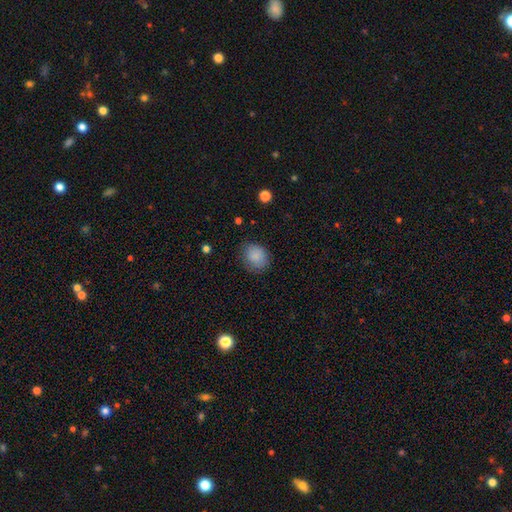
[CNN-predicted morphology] Smooth or featured? Predicted: smooth (p=0.86). How rounded? Predicted: round (p=0.67). Merging? Predicted: none (p=0.76).